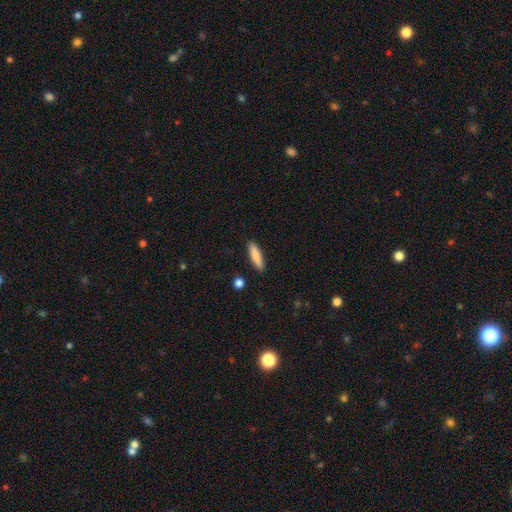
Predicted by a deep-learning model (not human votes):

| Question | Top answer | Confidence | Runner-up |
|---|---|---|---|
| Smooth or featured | smooth | 81% | featured or disk (13%) |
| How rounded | cigar-shaped | 73% | in between (25%) |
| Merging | none | 89% | minor disturbance (7%) |